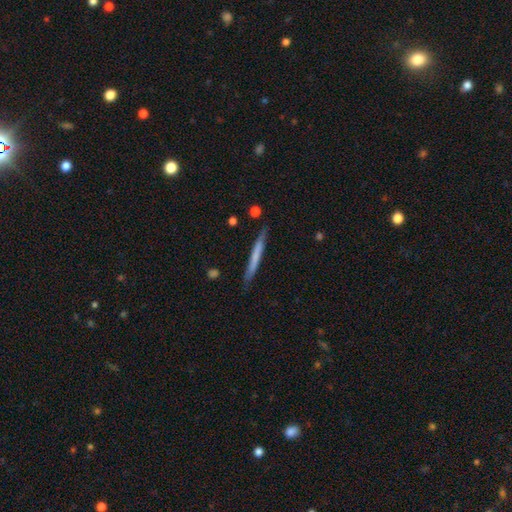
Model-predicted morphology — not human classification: This appears to be a smooth galaxy with no disk features (56%) that is cigar-shaped (97%). Merging: none (84%).